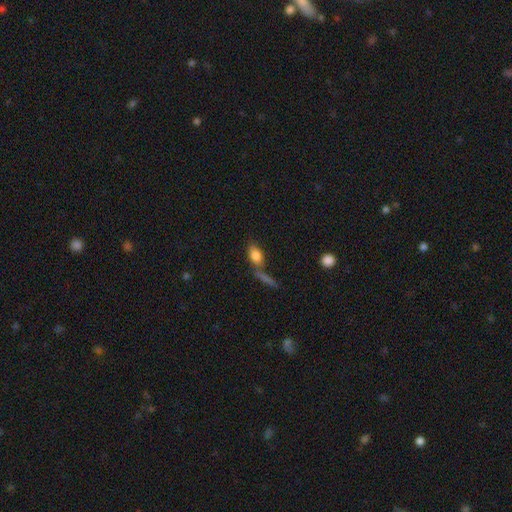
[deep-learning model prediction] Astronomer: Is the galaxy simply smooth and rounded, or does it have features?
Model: smooth — 81%.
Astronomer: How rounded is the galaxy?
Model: in between — 84%.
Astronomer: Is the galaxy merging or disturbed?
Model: none — 55%.